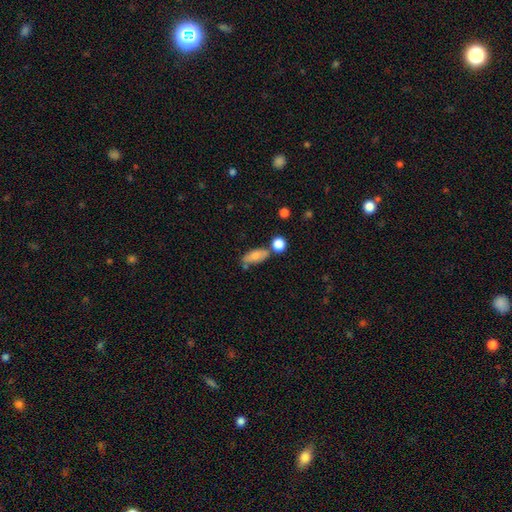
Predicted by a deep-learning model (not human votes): Smooth or featured?
  - smooth: 76% *
  - featured or disk: 17%
  - star or artifact: 8%
How rounded?
  - in between: 79% *
  - cigar-shaped: 16%
  - round: 6%
Merging?
  - none: 57% *
  - merger: 19%
  - minor disturbance: 18%
  - major disturbance: 6%